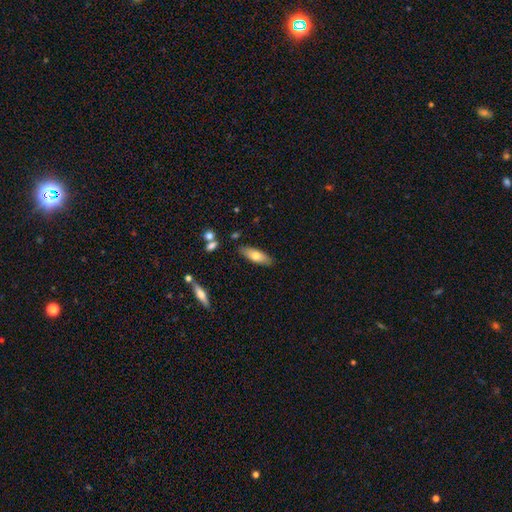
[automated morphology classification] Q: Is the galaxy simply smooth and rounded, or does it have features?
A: smooth — 70%.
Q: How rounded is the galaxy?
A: in between — 61%.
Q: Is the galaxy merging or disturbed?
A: none — 84%.